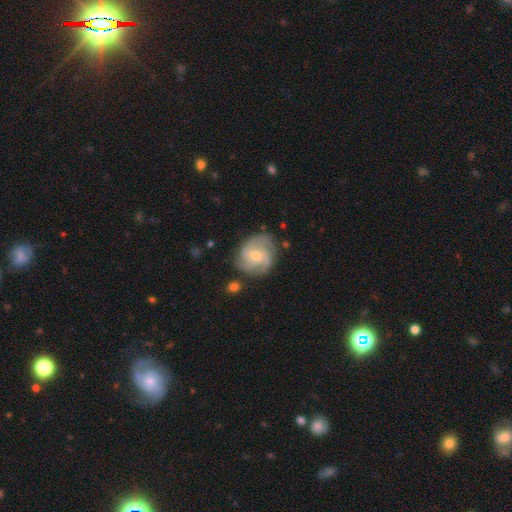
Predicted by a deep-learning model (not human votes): A featured or disk galaxy (80%) with no bar (55%), 3 (41%) tight (50%) spiral arms (95%) and a small central bulge (56%). Merging: none (72%).